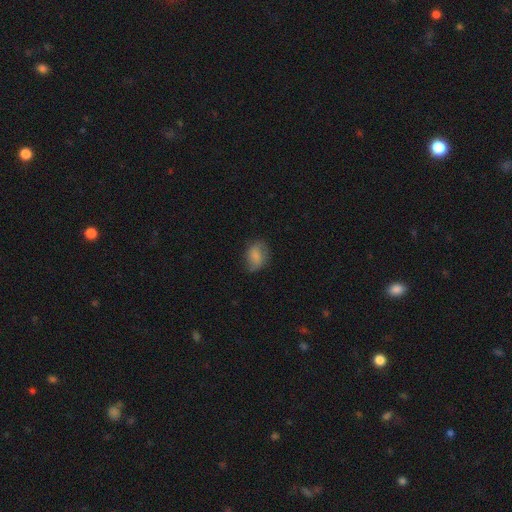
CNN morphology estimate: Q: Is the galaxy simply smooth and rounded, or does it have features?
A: smooth — 71%.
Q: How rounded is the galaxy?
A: in between — 72%.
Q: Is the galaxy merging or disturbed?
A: none — 67%.